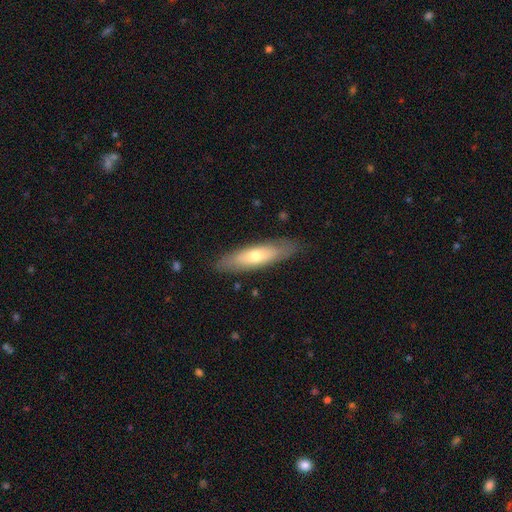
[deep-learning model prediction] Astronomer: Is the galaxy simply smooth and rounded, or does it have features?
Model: smooth — 58% (runner-up: featured or disk, 37%).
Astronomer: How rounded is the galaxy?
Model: cigar-shaped — 58% (runner-up: in between, 40%).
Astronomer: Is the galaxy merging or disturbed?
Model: none — 84%.